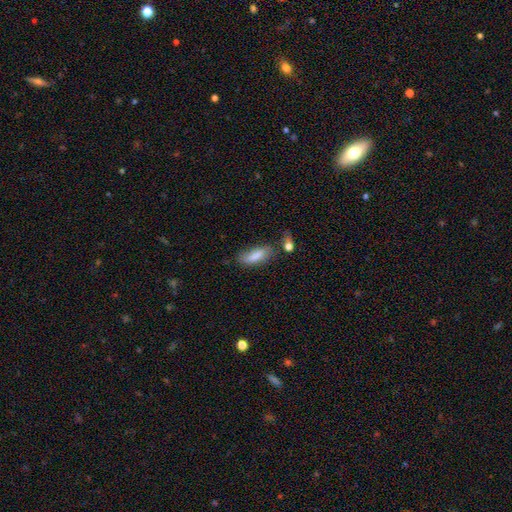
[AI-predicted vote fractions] Smooth or featured? smooth (81%)
How rounded? in between (67%)
Merging? none (58%)